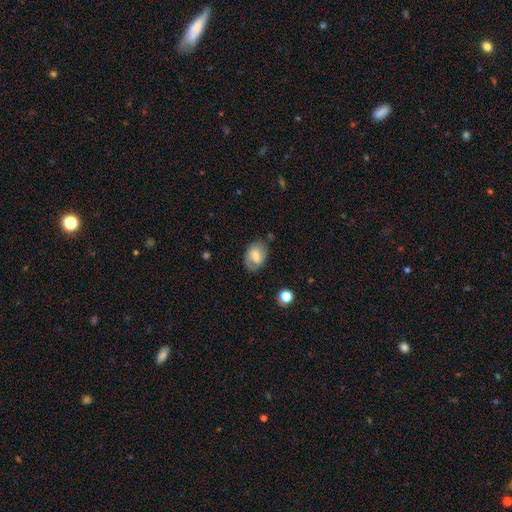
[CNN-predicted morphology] A smooth galaxy with no disk features (57%) that is in between round and cigar-shaped (77%).

Vote fractions:
- Smooth or featured? smooth: 57% / featured or disk: 34% / star or artifact: 8%
- How rounded? in between: 77% / round: 22% / cigar-shaped: 1%
- Merging? none: 70% / minor disturbance: 21% / major disturbance: 7% / merger: 2%